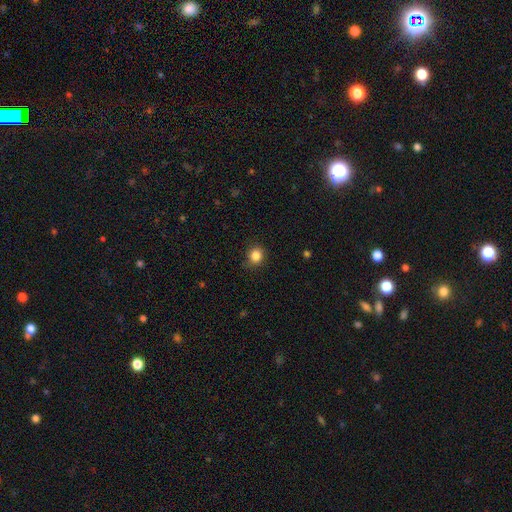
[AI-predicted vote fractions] The model was most divided on "how rounded": round: 83%, in between: 16%, cigar-shaped: 1%. More confident: merging — none (86%); smooth or featured — smooth (85%).